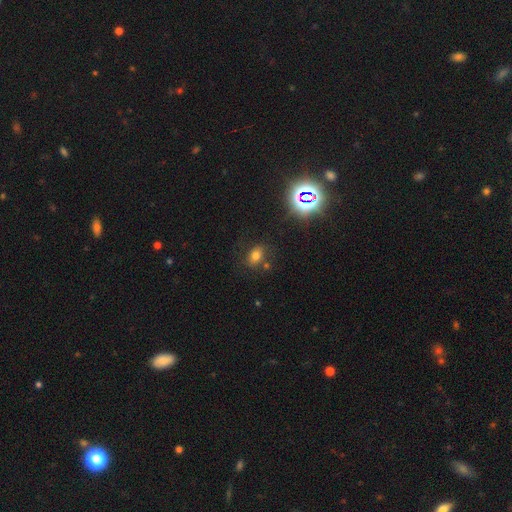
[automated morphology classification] A smooth galaxy with no disk features (64%) that is in between round and cigar-shaped (68%). Merging: none (73%).